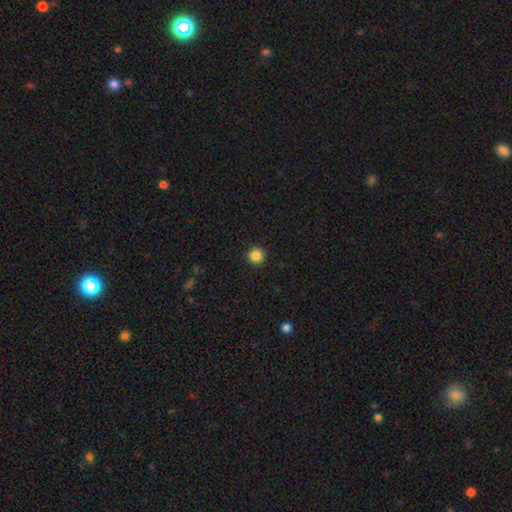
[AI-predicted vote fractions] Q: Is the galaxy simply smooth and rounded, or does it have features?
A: smooth — 86%.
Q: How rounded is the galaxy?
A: round — 96%.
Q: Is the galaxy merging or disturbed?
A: none — 93%.